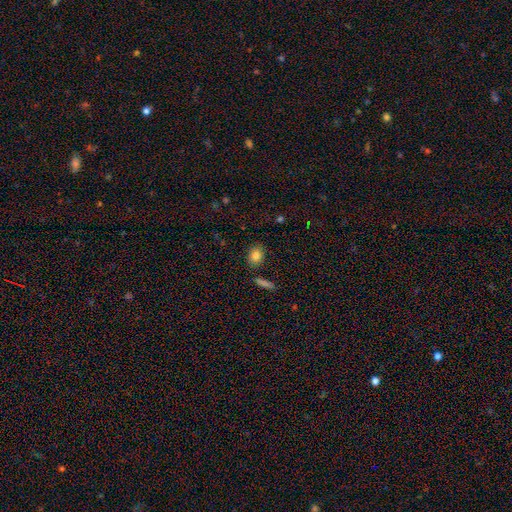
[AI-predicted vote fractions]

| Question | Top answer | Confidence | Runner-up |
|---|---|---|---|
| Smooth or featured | smooth | 83% | star or artifact (9%) |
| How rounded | in between | 60% | round (37%) |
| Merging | none | 85% | minor disturbance (9%) |